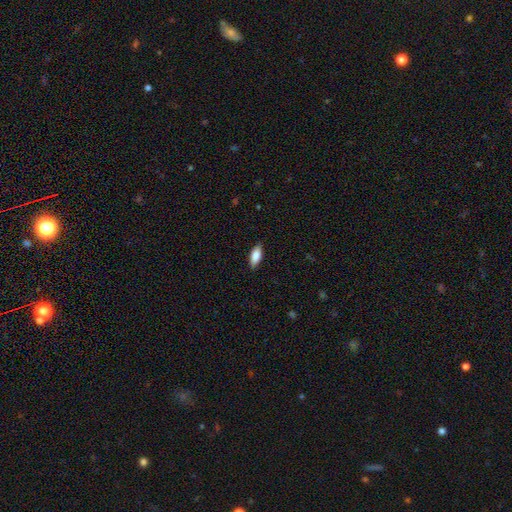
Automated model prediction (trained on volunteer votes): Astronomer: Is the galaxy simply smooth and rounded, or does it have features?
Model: smooth — 82%.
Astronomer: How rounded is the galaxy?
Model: in between — 81%.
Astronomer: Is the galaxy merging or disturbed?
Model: none — 87%.